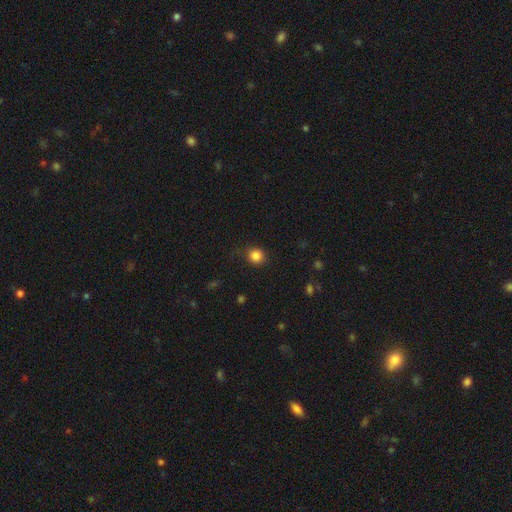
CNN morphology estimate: Overall: smooth (84%). How rounded: round (90%). Merging: none (83%).